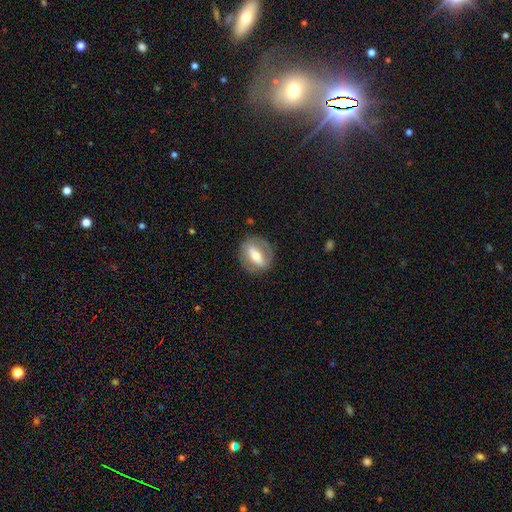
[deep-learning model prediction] Overall: featured or disk (60%; smooth 34%). Edge-on disk: no (88%). Bar: strong (59%; weak 25%). Spiral arms: no (61%; yes 39%). Bulge size: moderate (62%; small 25%). Merging: none (80%).